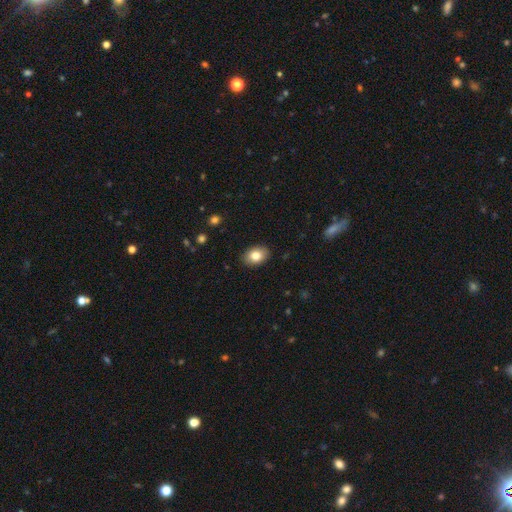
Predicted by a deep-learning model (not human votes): Q: Smooth or featured?
A: smooth (82%); runner-up: featured or disk (10%)
Q: How rounded?
A: in between (80%); runner-up: round (19%)
Q: Merging?
A: none (89%); runner-up: minor disturbance (8%)